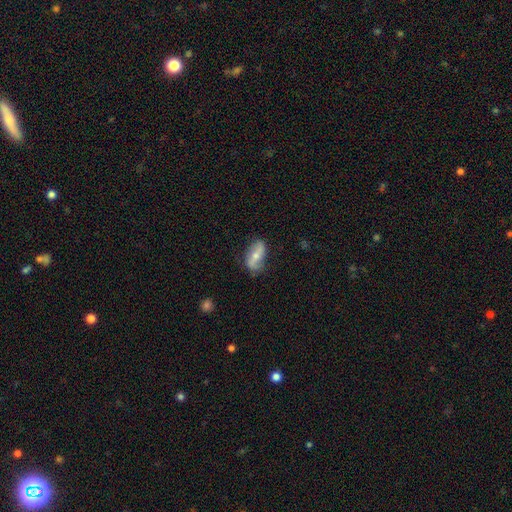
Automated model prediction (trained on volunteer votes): featured or disk 51%, smooth 42%, star or artifact 7%. Down the decision tree: edge-on disk — no (86%); merging — none (69%).